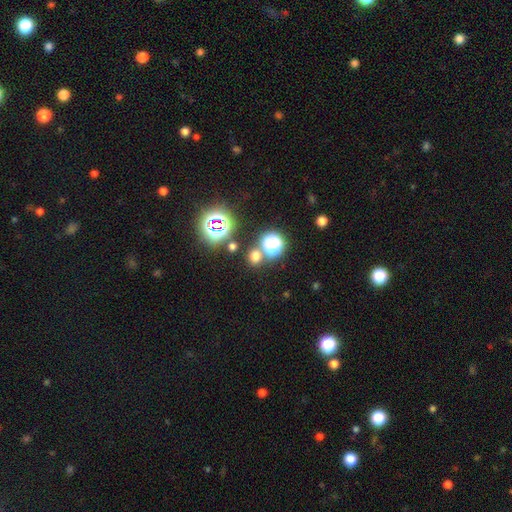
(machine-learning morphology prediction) Overall: smooth (62%; star or artifact 32%). How rounded: round (85%). Merging: none (76%).